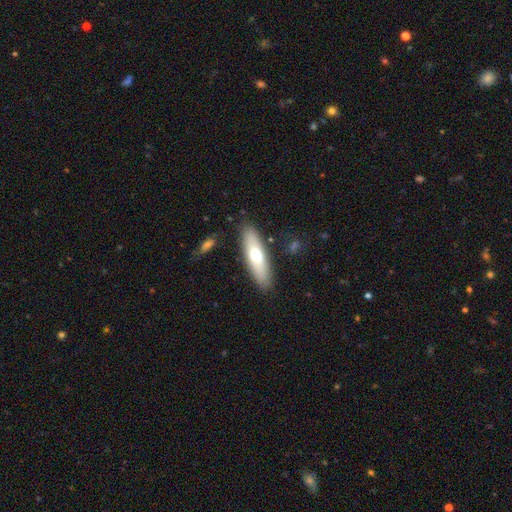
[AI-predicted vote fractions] smooth-or-featured: smooth: 63% | featured or disk: 31% | star or artifact: 6%
  how-rounded: cigar-shaped: 55% | in between: 43% | round: 2%
  merging: none: 86% | minor disturbance: 10% | major disturbance: 3% | merger: 2%